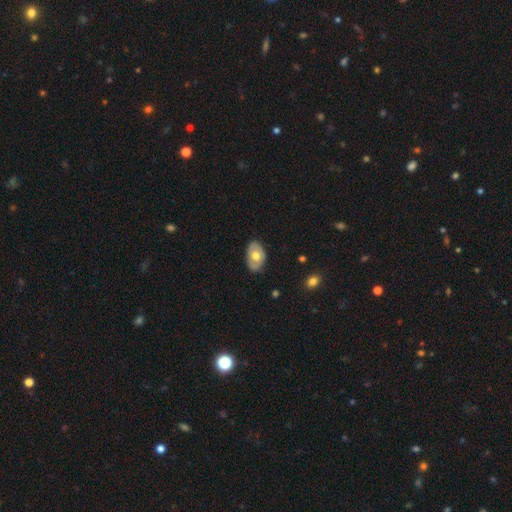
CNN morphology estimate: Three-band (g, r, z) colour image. It shows a smooth galaxy with no disk features (52%) that is in between round and cigar-shaped (88%). Merging: none (82%).